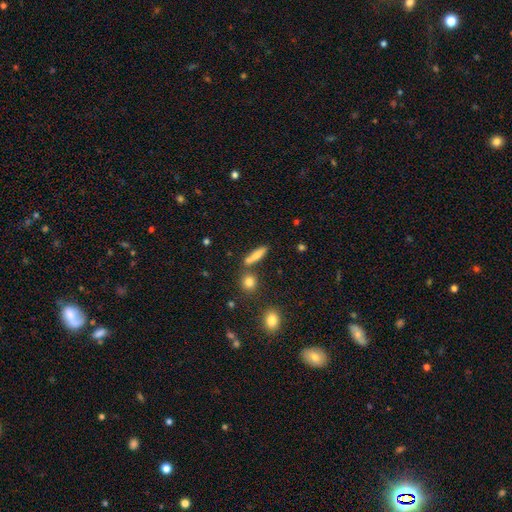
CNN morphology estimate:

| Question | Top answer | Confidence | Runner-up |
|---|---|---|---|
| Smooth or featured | smooth | 75% | featured or disk (17%) |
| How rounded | cigar-shaped | 72% | in between (23%) |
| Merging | none | 73% | merger (12%) |